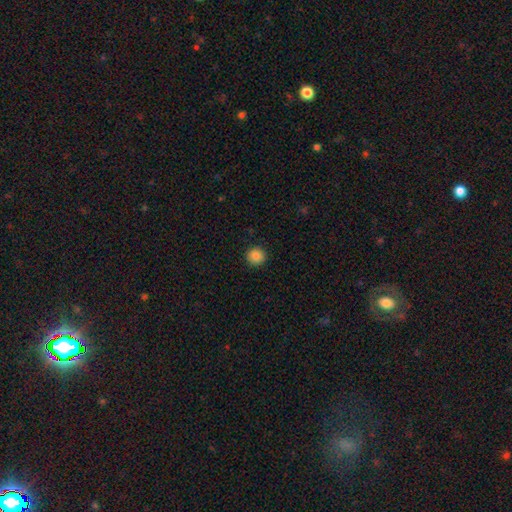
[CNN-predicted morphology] Smooth or featured: smooth — 85% (star or artifact — 10%)
How rounded: round — 95% (in between — 4%)
Merging: none — 93% (minor disturbance — 5%)